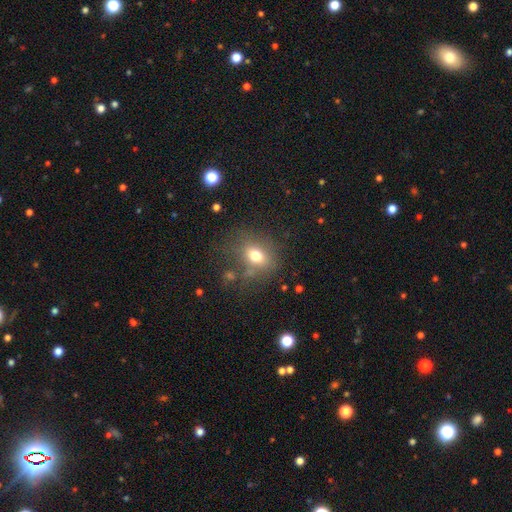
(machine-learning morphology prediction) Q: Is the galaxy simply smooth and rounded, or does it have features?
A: smooth — 72%.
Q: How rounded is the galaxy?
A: in between — 51%.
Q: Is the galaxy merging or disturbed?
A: none — 67%.